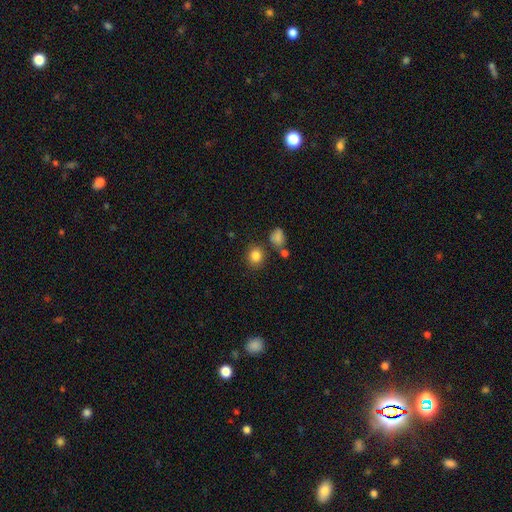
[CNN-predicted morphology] Q: Smooth or featured?
A: smooth (84%); runner-up: star or artifact (11%)
Q: How rounded?
A: round (77%); runner-up: in between (22%)
Q: Merging?
A: none (79%); runner-up: minor disturbance (10%)